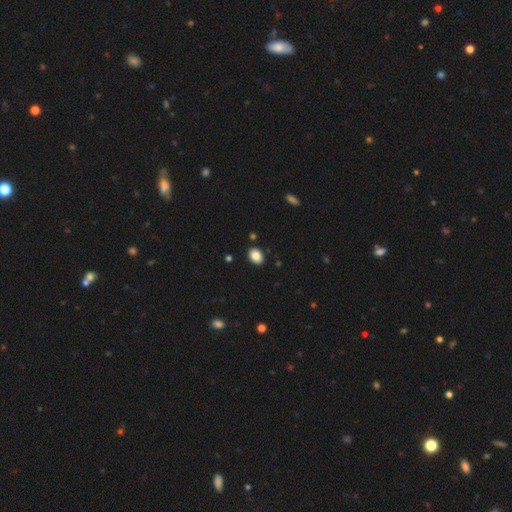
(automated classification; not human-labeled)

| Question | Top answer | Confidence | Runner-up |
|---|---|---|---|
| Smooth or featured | smooth | 86% | star or artifact (8%) |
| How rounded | in between | 77% | round (22%) |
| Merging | none | 89% | minor disturbance (8%) |